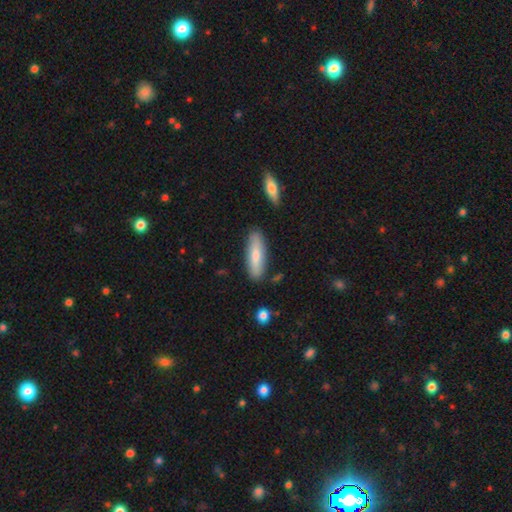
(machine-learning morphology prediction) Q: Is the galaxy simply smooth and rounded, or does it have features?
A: smooth — 72%.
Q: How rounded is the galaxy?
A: cigar-shaped — 52%.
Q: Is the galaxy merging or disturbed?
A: none — 84%.